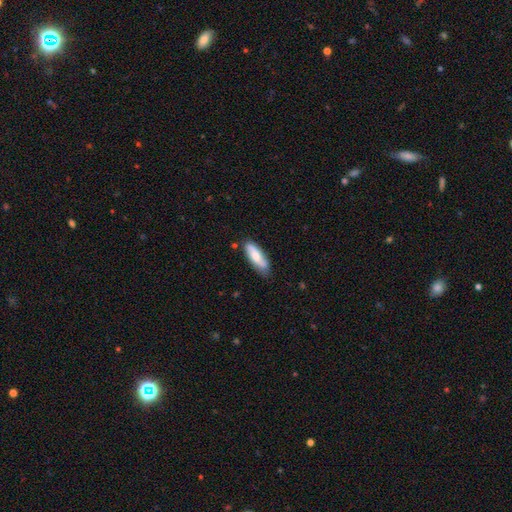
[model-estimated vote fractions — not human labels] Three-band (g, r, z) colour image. It shows a smooth galaxy with no disk features (59%) that is in between round and cigar-shaped (54%). Merging: none (77%).